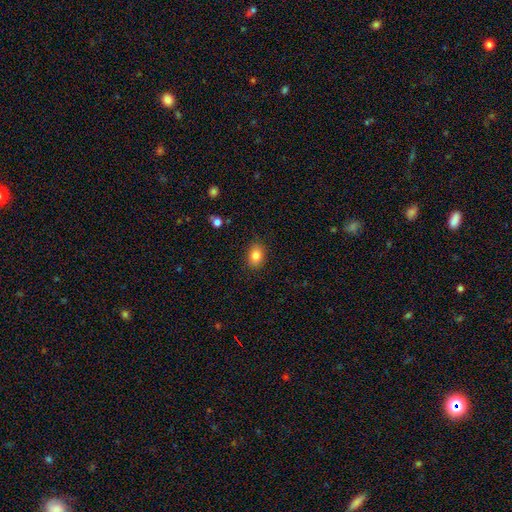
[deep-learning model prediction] Q: Smooth or featured?
A: smooth (84%); runner-up: star or artifact (10%)
Q: How rounded?
A: in between (70%); runner-up: round (29%)
Q: Merging?
A: none (87%); runner-up: minor disturbance (10%)